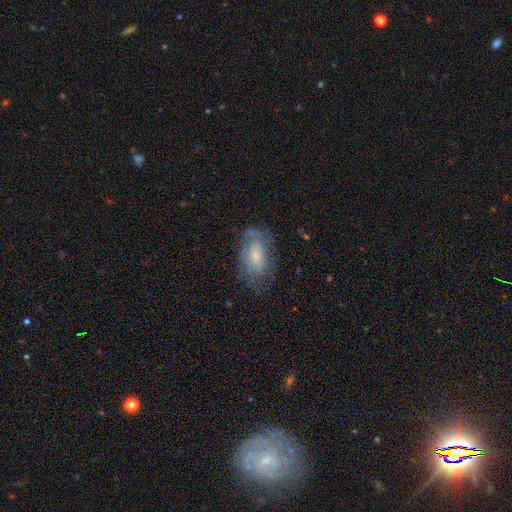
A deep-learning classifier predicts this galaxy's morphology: smooth_or_featured: featured or disk (p=0.48) [alt: smooth p=0.44]
merging: none (p=0.57) [alt: minor disturbance p=0.24]